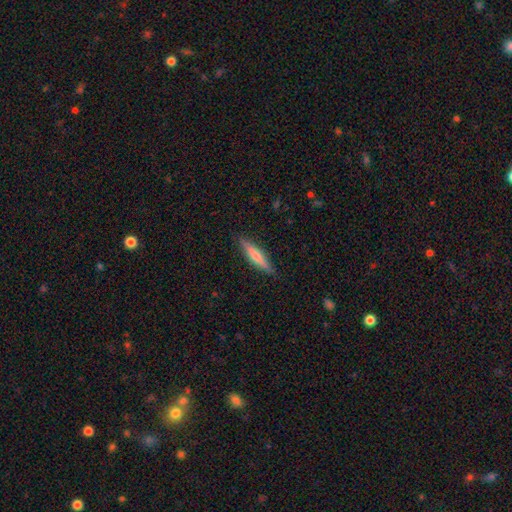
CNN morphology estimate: Smooth or featured? Predicted: smooth (p=0.56). How rounded? Predicted: cigar-shaped (p=0.88). Merging? Predicted: none (p=0.88).